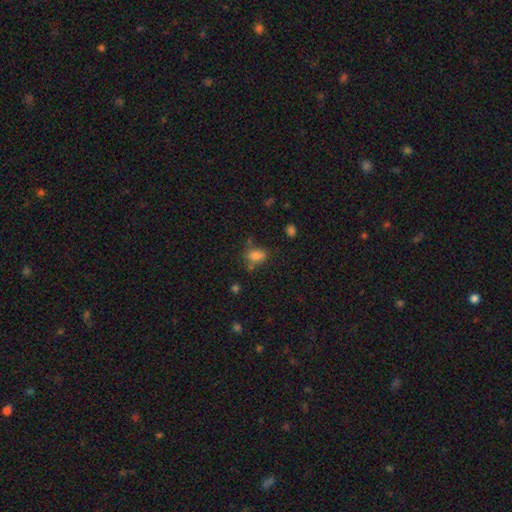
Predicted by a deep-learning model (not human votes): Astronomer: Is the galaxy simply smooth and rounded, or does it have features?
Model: smooth — 80%.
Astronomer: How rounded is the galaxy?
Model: in between — 79%.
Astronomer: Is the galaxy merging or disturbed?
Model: none — 59%.